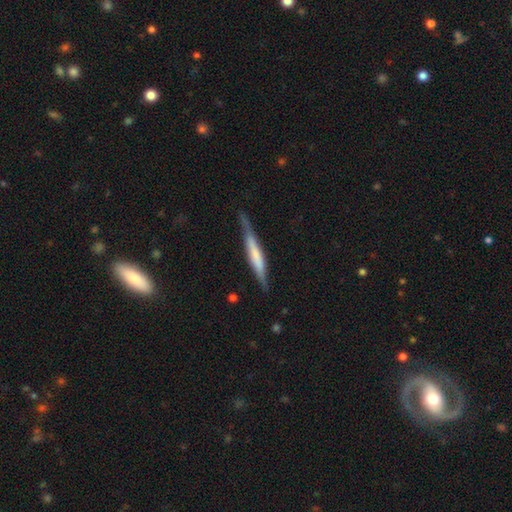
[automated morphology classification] A featured or disk galaxy (50%) viewed edge-on (94%).

Vote fractions:
- Smooth or featured? featured or disk: 50% / smooth: 44% / star or artifact: 6%
- Edge-on disk? yes: 94% / no: 6%
- Merging? none: 77% / minor disturbance: 18% / major disturbance: 4% / merger: 2%